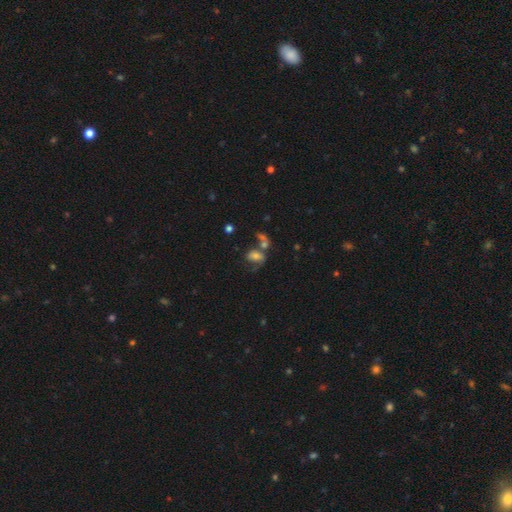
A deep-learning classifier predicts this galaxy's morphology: smooth_or_featured: smooth (p=0.55) [alt: featured or disk p=0.30]
how_rounded: in between (p=0.79) [alt: round p=0.18]
merging: merger (p=0.39) [alt: none p=0.27]